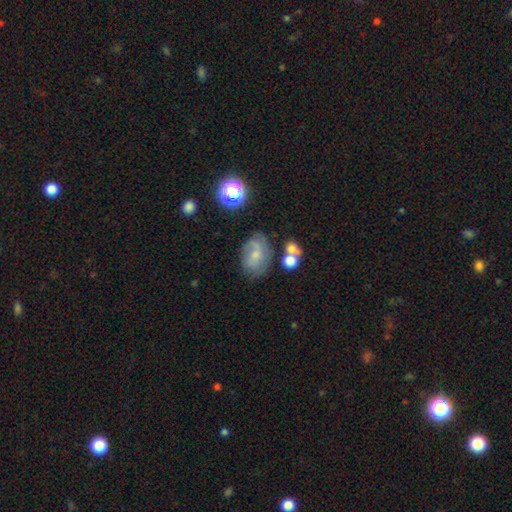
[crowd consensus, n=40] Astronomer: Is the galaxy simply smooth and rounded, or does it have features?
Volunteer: featured or disk — 60%.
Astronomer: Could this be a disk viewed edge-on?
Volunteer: no — 92%.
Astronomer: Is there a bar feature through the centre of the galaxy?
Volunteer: no — 68%.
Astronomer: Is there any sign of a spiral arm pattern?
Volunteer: yes — 64%.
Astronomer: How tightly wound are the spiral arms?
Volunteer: loose — 57%.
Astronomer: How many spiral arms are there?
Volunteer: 1 — 36% (runner-up: 2, 29%).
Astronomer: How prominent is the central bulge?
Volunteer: small — 59%.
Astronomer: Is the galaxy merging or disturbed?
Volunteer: none — 70%.